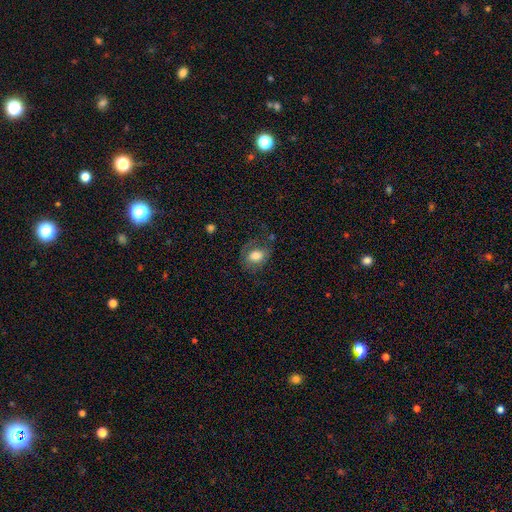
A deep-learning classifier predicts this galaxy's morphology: Smooth or featured? smooth (70%)
How rounded? in between (64%)
Merging? none (54%)